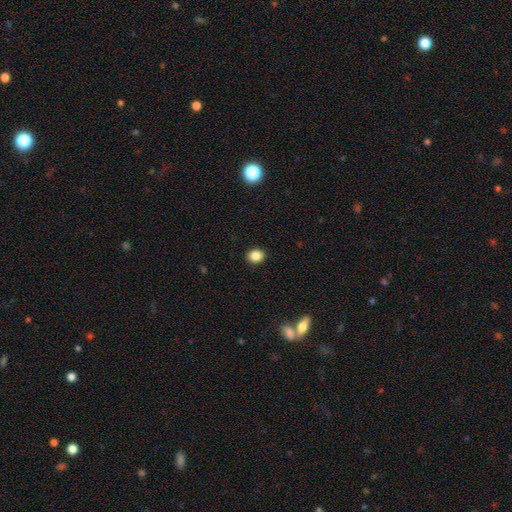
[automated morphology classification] Smooth or featured: smooth — 85% (star or artifact — 10%)
How rounded: round — 58% (in between — 41%)
Merging: none — 91% (minor disturbance — 6%)